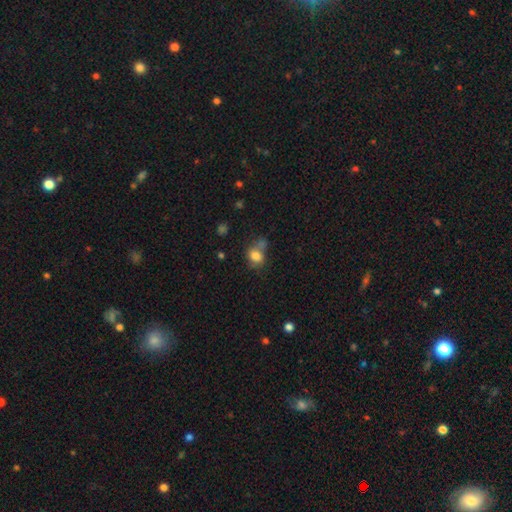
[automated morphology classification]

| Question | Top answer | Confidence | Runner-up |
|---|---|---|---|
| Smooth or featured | smooth | 79% | star or artifact (11%) |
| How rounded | round | 50% | in between (48%) |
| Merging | none | 45% | merger (25%) |